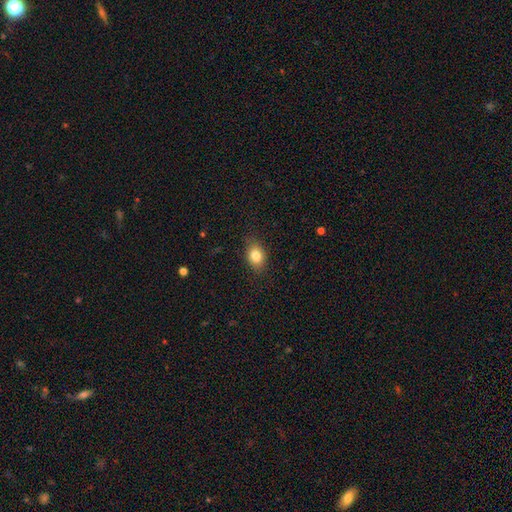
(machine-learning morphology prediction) Smooth or featured?
  - smooth: 82% *
  - star or artifact: 9%
  - featured or disk: 9%
How rounded?
  - in between: 71% *
  - round: 28%
  - cigar-shaped: 1%
Merging?
  - none: 84% *
  - minor disturbance: 12%
  - major disturbance: 3%
  - merger: 1%